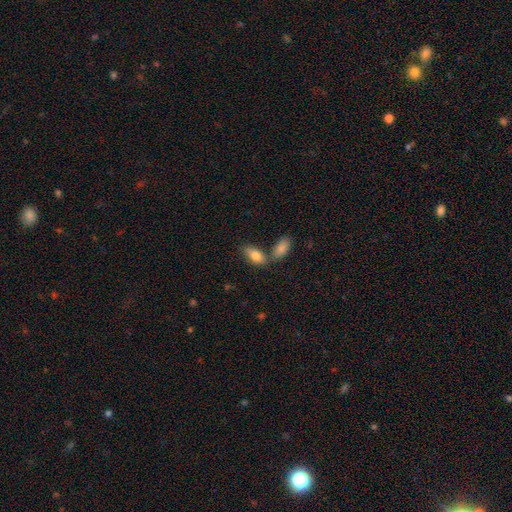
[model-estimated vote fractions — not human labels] Smooth or featured? smooth (82%)
How rounded? in between (89%)
Merging? none (50%)